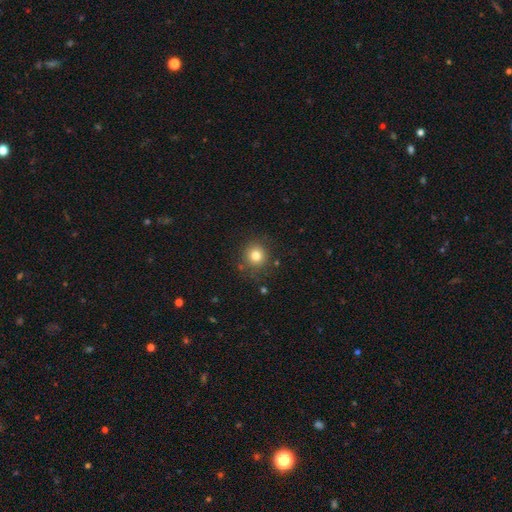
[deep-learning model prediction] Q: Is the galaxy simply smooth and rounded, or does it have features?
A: smooth — 81%.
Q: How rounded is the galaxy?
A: round — 89%.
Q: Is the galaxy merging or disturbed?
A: none — 85%.